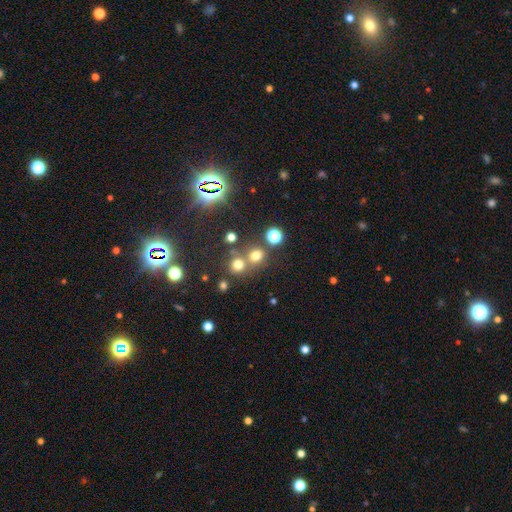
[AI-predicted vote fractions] Smooth or featured: smooth — 65% (star or artifact — 27%)
How rounded: round — 81% (in between — 18%)
Merging: none — 58% (merger — 31%)